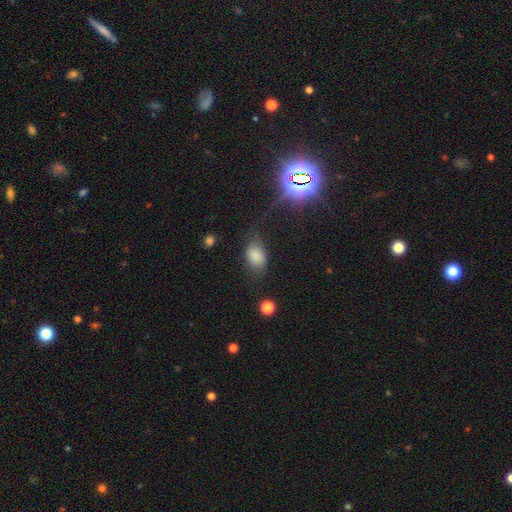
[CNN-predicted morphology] Overall: smooth (80%). How rounded: in between (84%). Merging: none (56%; minor disturbance 26%).